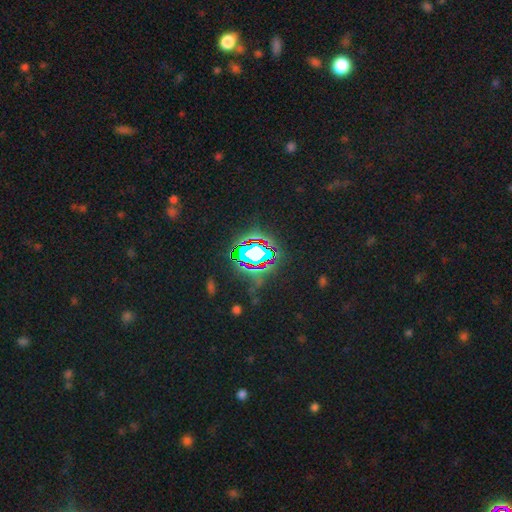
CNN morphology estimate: A star or artifact, not a galaxy (70%).

Vote fractions:
- Smooth or featured? star or artifact: 70% / smooth: 17% / featured or disk: 13%